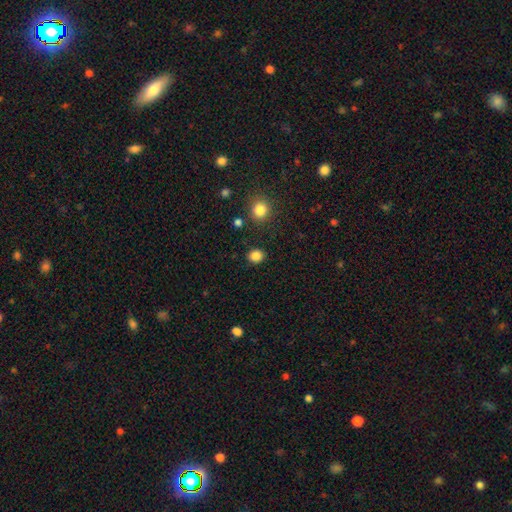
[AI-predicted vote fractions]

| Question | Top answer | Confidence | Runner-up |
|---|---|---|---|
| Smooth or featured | smooth | 85% | star or artifact (12%) |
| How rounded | round | 74% | in between (25%) |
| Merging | none | 88% | minor disturbance (7%) |